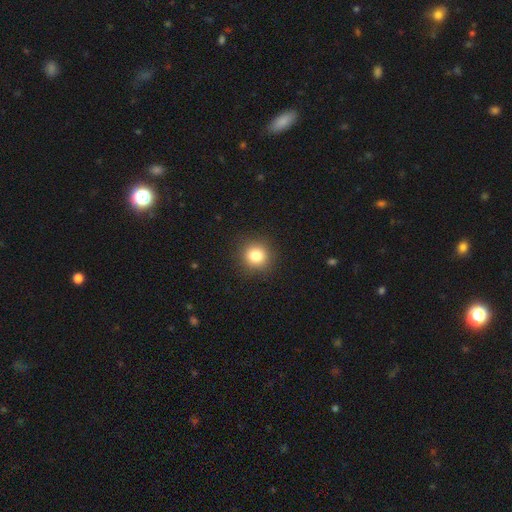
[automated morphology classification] The model was most divided on "smooth or featured": smooth: 81%, star or artifact: 12%, featured or disk: 7%. More confident: how rounded — round (92%); merging — none (91%).